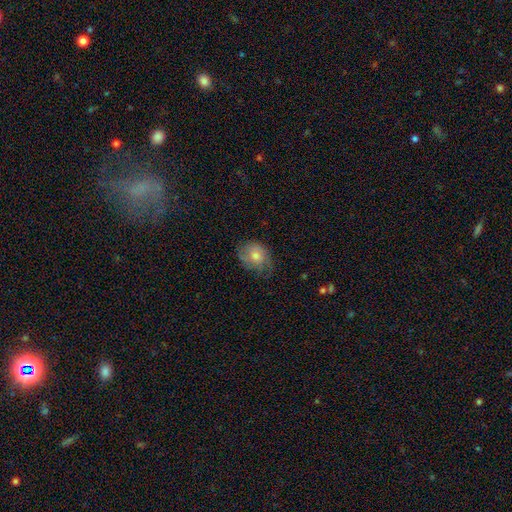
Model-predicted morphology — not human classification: A smooth galaxy with no disk features (48%).

Vote fractions:
- Smooth or featured? smooth: 48% / featured or disk: 41% / star or artifact: 10%
- Merging? none: 62% / minor disturbance: 26% / major disturbance: 10% / merger: 1%